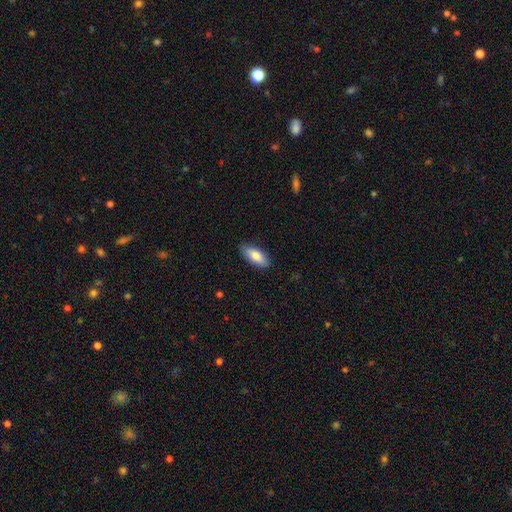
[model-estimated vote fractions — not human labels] Smooth or featured: smooth — 82% (featured or disk — 12%)
How rounded: in between — 84% (cigar-shaped — 14%)
Merging: none — 87% (minor disturbance — 10%)